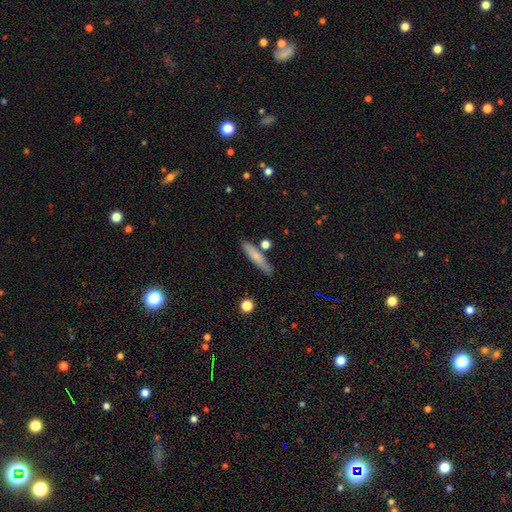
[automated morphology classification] The model was most divided on "smooth or featured": smooth: 73%, featured or disk: 21%, star or artifact: 7%. More confident: how rounded — cigar-shaped (85%); merging — none (79%).